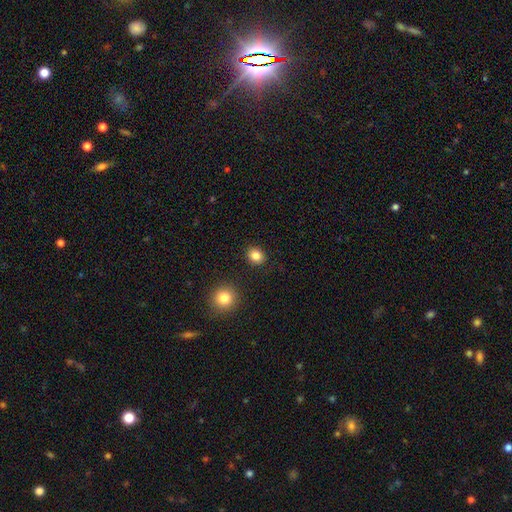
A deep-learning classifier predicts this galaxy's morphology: Q: Smooth or featured?
A: smooth (84%); runner-up: star or artifact (10%)
Q: How rounded?
A: round (65%); runner-up: in between (35%)
Q: Merging?
A: none (89%); runner-up: minor disturbance (7%)